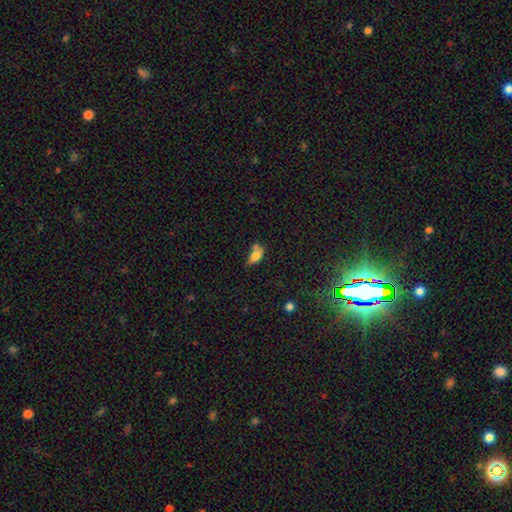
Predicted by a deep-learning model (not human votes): Smooth or featured: smooth — 73% (featured or disk — 17%)
How rounded: in between — 84% (cigar-shaped — 10%)
Merging: merger — 35% (none — 33%)